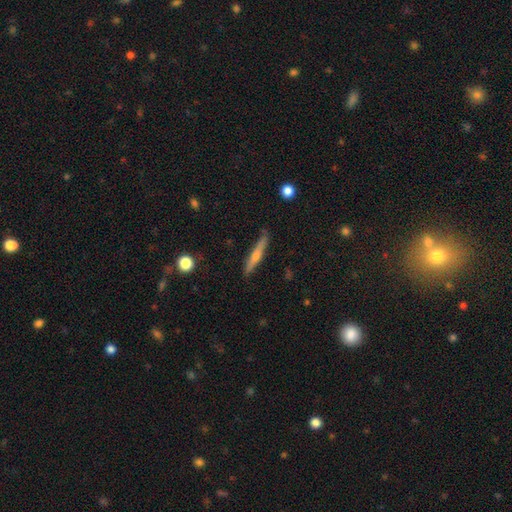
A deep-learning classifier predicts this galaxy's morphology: A featured or disk galaxy (58%) viewed edge-on (96%) with a rounded central bulge (80%).

Vote fractions:
- Smooth or featured? featured or disk: 58% / smooth: 36% / star or artifact: 7%
- Edge-on disk? yes: 96% / no: 4%
- Edge-on bulge? rounded: 80% / none: 16% / boxy: 4%
- Merging? none: 87% / minor disturbance: 10% / major disturbance: 2% / merger: 1%